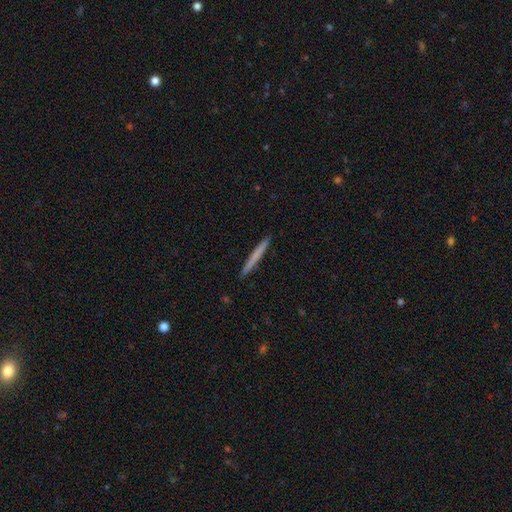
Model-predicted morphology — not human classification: The model was most divided on "smooth or featured": smooth: 61%, featured or disk: 33%, star or artifact: 6%. More confident: how rounded — cigar-shaped (97%); merging — none (93%).